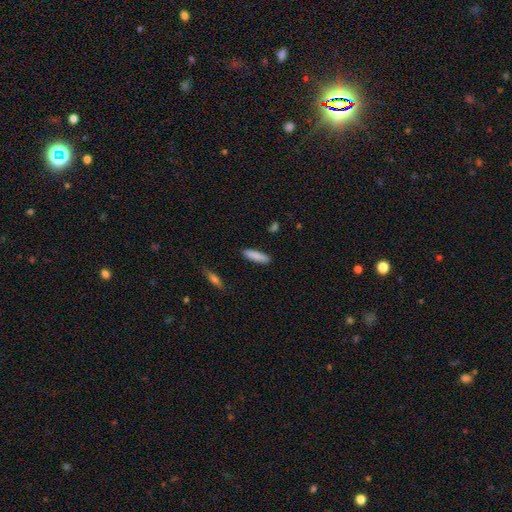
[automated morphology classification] smooth 87%, featured or disk 7%, star or artifact 6%. Down the decision tree: how rounded — cigar-shaped (64%); merging — none (89%).